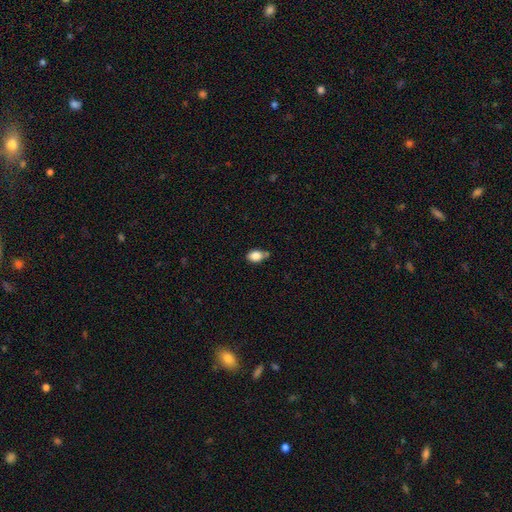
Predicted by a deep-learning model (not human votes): The model was most divided on "merging": none: 56%, minor disturbance: 26%, merger: 12%, major disturbance: 5%. More confident: smooth or featured — smooth (85%); how rounded — in between (80%).